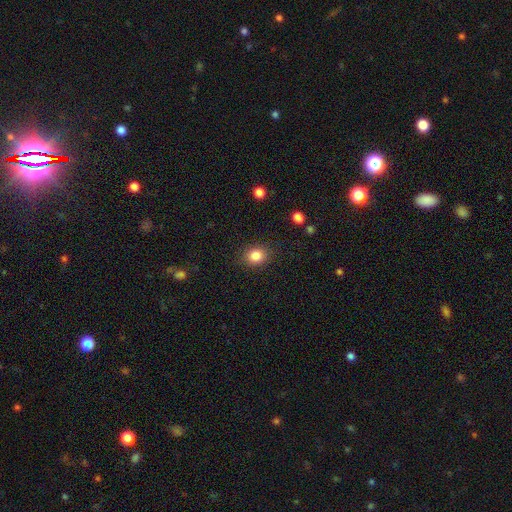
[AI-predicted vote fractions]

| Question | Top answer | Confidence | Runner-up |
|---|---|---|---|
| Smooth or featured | smooth | 85% | star or artifact (10%) |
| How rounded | round | 61% | in between (38%) |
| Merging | none | 86% | minor disturbance (10%) |